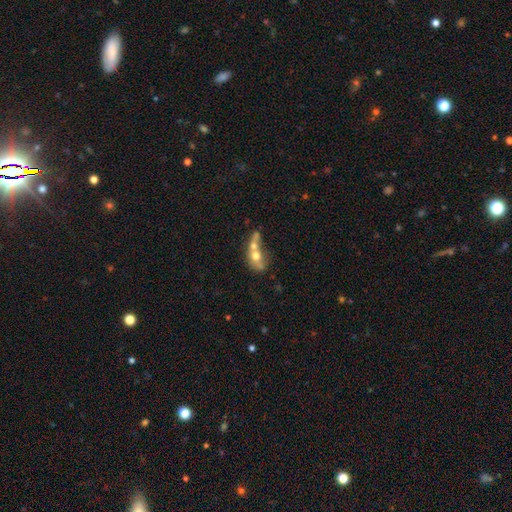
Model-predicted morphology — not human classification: A smooth galaxy with no disk features (56%) that is in between round and cigar-shaped (51%).

Vote fractions:
- Smooth or featured? smooth: 56% / featured or disk: 33% / star or artifact: 11%
- How rounded? in between: 51% / round: 43% / cigar-shaped: 6%
- Merging? merger: 68% / none: 15% / major disturbance: 9% / minor disturbance: 7%